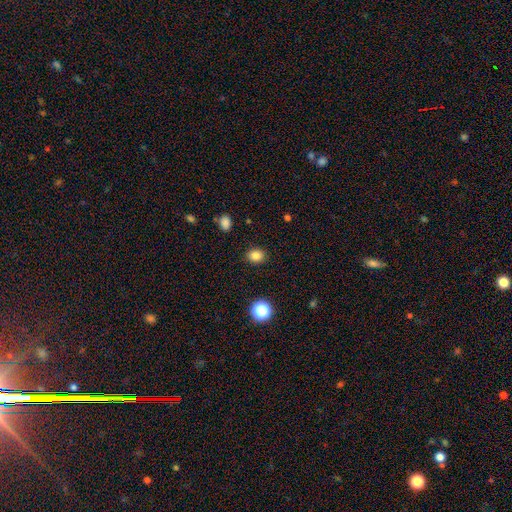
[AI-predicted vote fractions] A smooth galaxy with no disk features (84%) that is round (53%). Merging: none (89%).